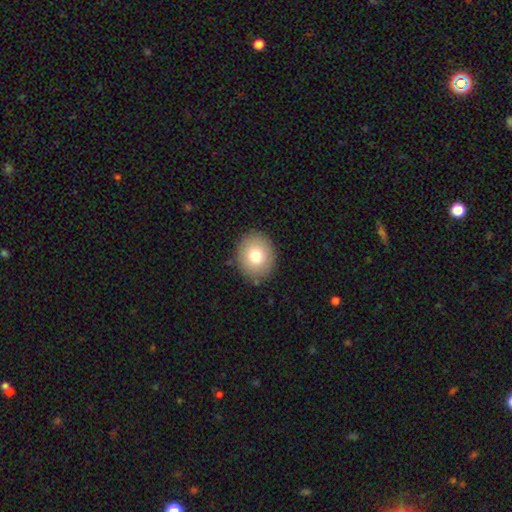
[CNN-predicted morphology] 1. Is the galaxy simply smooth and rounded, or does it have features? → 76% smooth, 14% featured or disk, 10% star or artifact.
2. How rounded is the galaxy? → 68% round, 31% in between, 1% cigar-shaped.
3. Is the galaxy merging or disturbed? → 87% none, 9% minor disturbance, 3% major disturbance, 1% merger.